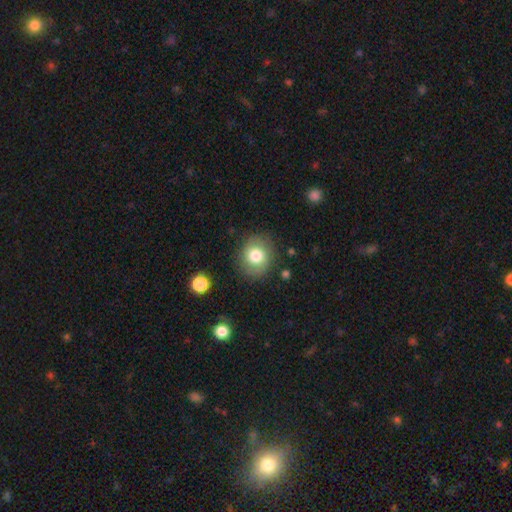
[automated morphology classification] Smooth or featured? Predicted: smooth (p=0.75). How rounded? Predicted: round (p=0.76). Merging? Predicted: none (p=0.83).